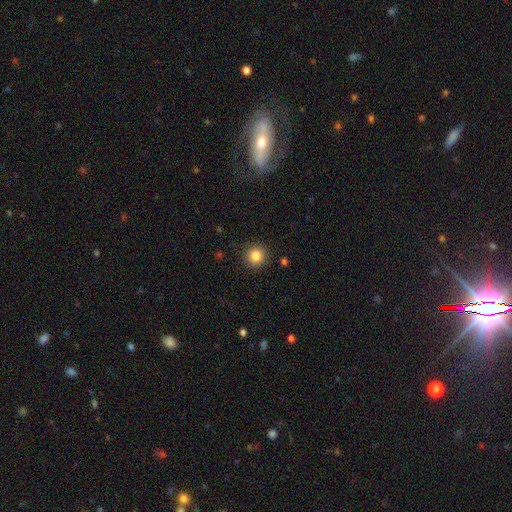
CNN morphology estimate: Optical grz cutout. It shows a smooth galaxy with no disk features (85%) that is round (92%). Merging: none (90%).